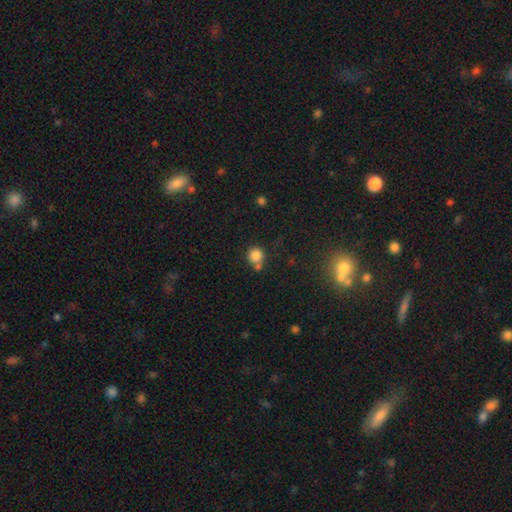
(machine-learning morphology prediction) Overall: smooth (82%). How rounded: round (89%). Merging: none (56%; merger 27%).